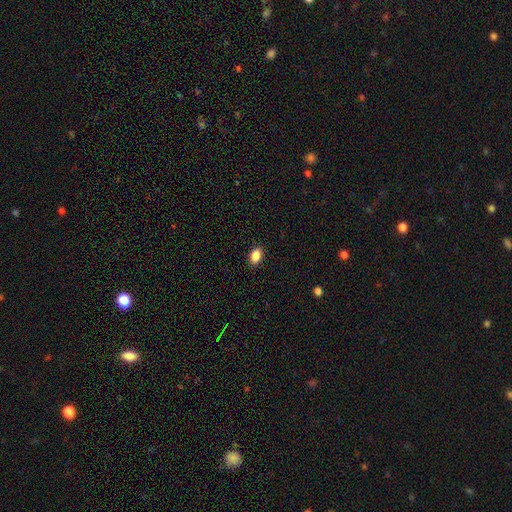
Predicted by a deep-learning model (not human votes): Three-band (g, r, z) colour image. It shows a smooth galaxy with no disk features (88%) that is in between round and cigar-shaped (86%). Merging: none (89%).